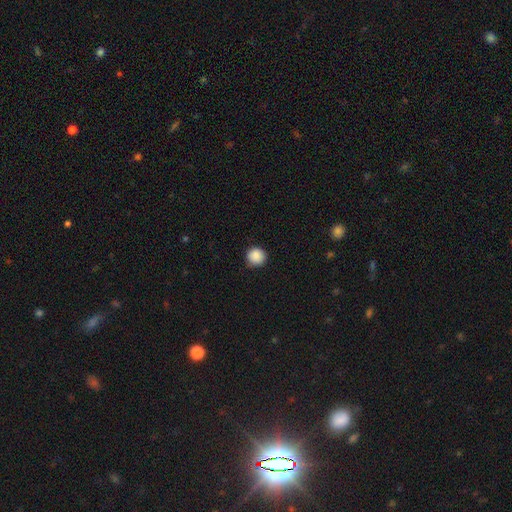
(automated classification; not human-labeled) A smooth galaxy with no disk features (89%) that is round (94%). Merging: none (88%).